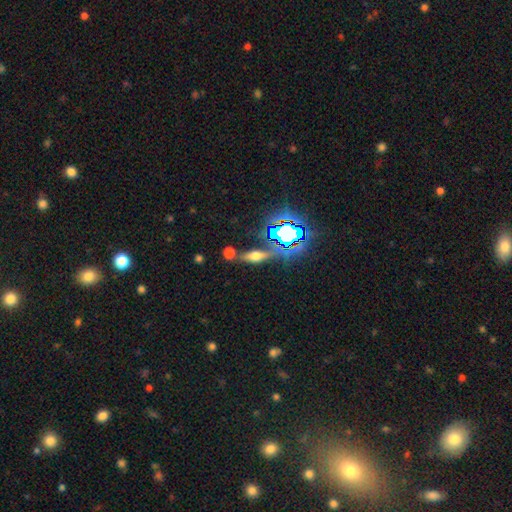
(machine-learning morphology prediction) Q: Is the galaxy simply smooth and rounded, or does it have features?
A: featured or disk — 37%.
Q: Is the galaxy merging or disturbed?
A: none — 66%.